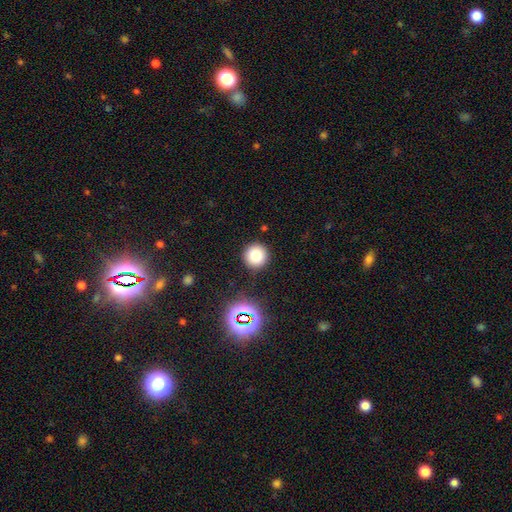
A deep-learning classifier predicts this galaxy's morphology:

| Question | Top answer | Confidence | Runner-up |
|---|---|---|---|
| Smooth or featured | smooth | 78% | star or artifact (15%) |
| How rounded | round | 95% | in between (4%) |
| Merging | none | 90% | minor disturbance (6%) |